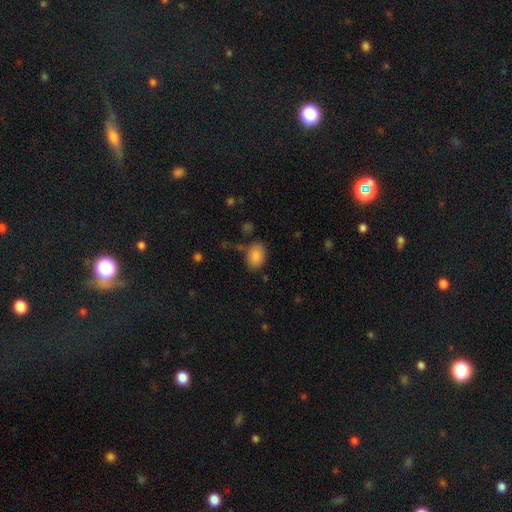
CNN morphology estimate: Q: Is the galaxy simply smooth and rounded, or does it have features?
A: smooth — 86%.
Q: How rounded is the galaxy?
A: in between — 80%.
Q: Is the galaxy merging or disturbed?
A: none — 70%.